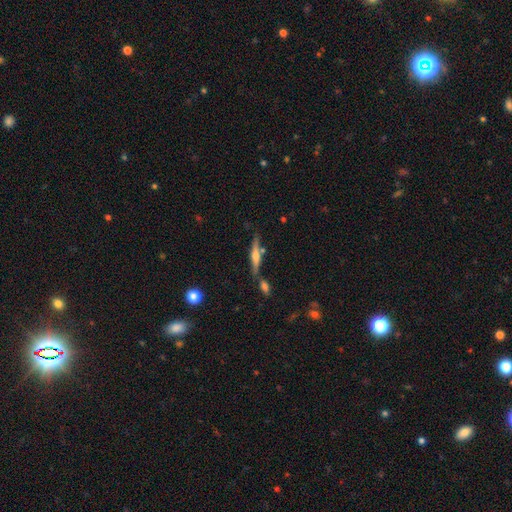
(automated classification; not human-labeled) Overall: featured or disk (64%; smooth 28%). Edge-on disk: yes (96%). Edge-on bulge: rounded (83%). Merging: none (71%).